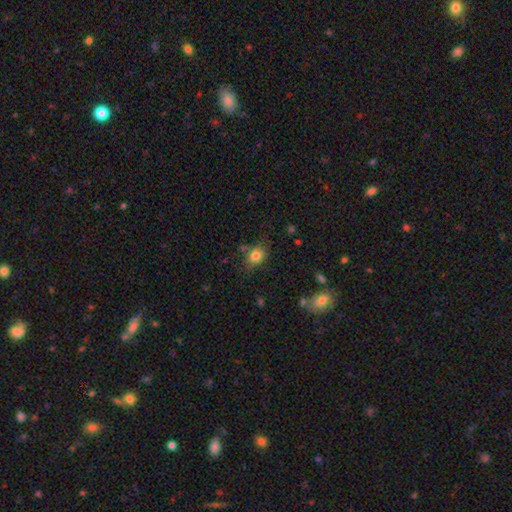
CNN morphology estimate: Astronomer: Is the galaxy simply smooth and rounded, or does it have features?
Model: smooth — 82%.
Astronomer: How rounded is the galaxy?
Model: round — 53% (runner-up: in between, 45%).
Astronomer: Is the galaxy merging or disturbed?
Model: none — 74%.